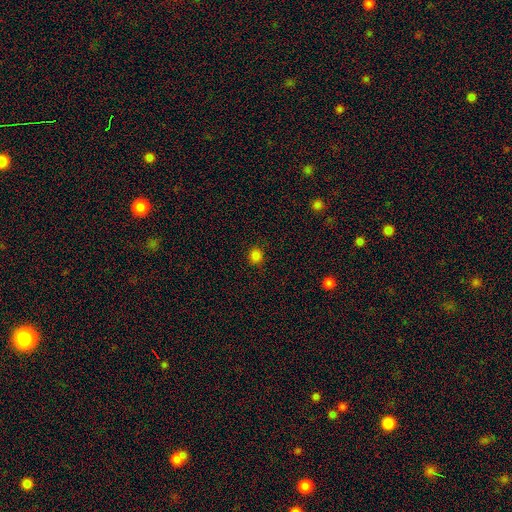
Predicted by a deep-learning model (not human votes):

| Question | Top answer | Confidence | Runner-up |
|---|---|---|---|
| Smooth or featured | smooth | 82% | star or artifact (15%) |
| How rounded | round | 82% | in between (17%) |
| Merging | none | 89% | minor disturbance (8%) |